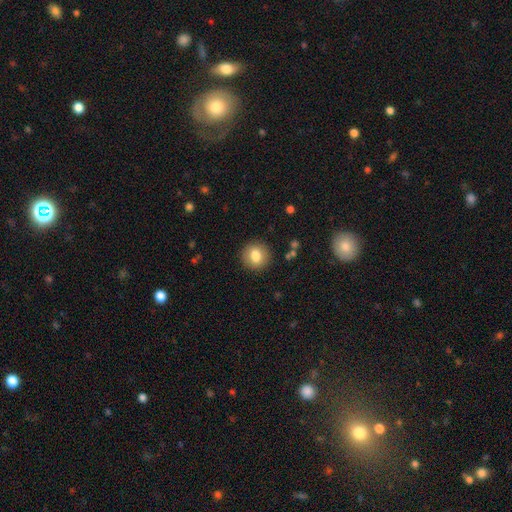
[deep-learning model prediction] Overall: smooth (80%). How rounded: round (87%). Merging: none (90%).